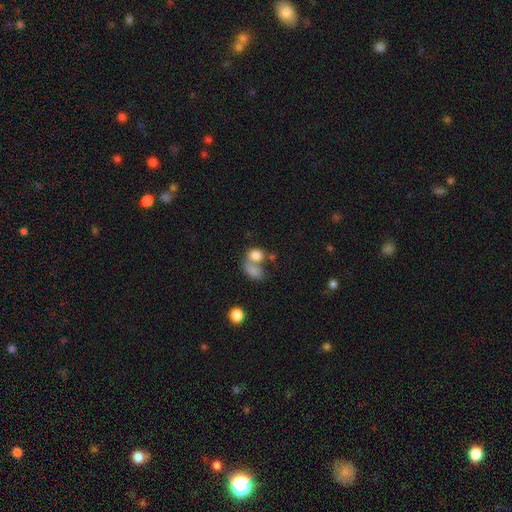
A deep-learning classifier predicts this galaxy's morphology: smooth_or_featured: smooth (p=0.80) [alt: featured or disk p=0.10]
how_rounded: in between (p=0.59) [alt: round p=0.39]
merging: merger (p=0.51) [alt: none p=0.32]